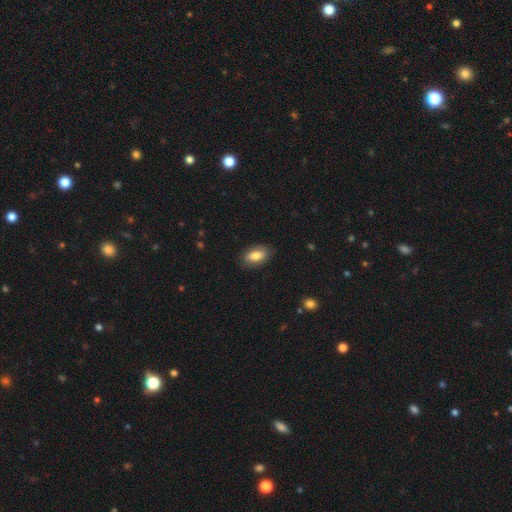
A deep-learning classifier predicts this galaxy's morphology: A smooth galaxy with no disk features (76%) that is in between round and cigar-shaped (91%).

Vote fractions:
- Smooth or featured? smooth: 76% / featured or disk: 17% / star or artifact: 7%
- How rounded? in between: 91% / round: 5% / cigar-shaped: 4%
- Merging? none: 83% / minor disturbance: 13% / major disturbance: 3% / merger: 1%